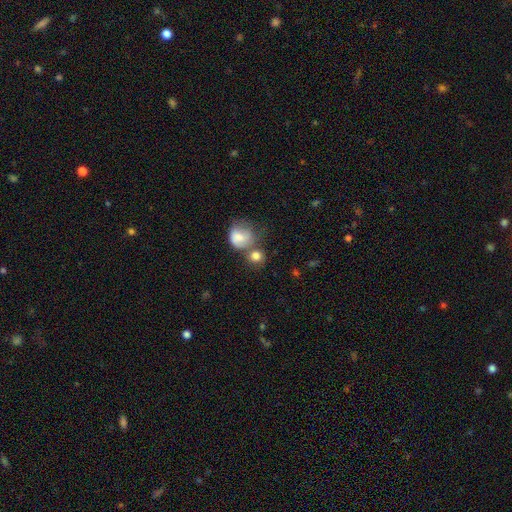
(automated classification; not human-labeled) This appears to be a smooth galaxy with no disk features (79%) that is round (80%). Merging: none (45%).